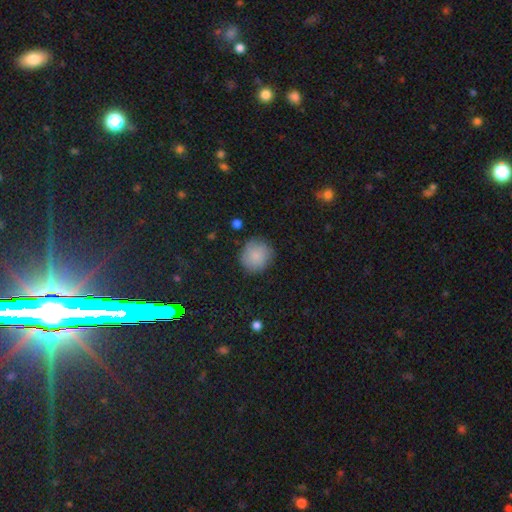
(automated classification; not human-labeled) This is clearly a smooth galaxy (84%). How rounded: clearly round (91%). Merging: clearly none (82%).